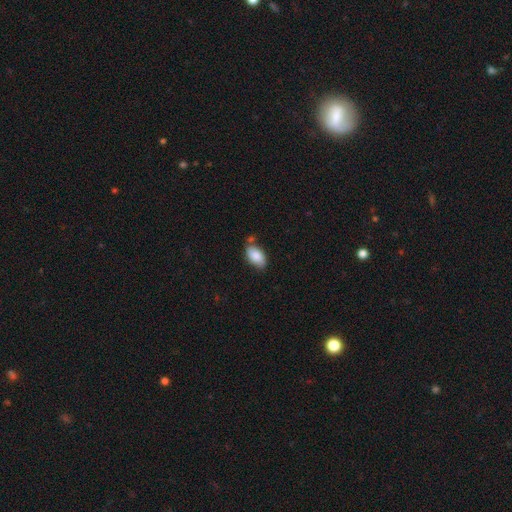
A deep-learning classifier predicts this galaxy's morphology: Smooth or featured? Predicted: smooth (p=0.86). How rounded? Predicted: in between (p=0.94). Merging? Predicted: none (p=0.67).